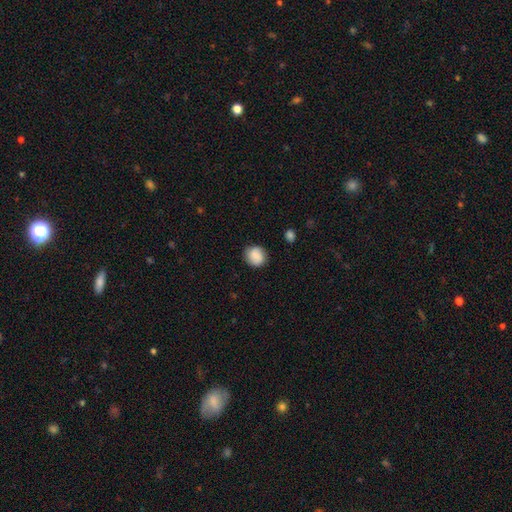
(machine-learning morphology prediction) This appears to be a smooth galaxy with no disk features (87%) that is round (82%). Merging: none (84%).